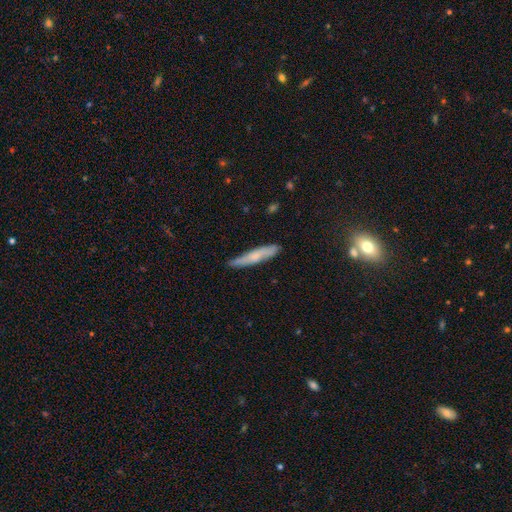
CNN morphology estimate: Smooth or featured? Predicted: smooth (p=0.58). How rounded? Predicted: cigar-shaped (p=0.91). Merging? Predicted: none (p=0.81).